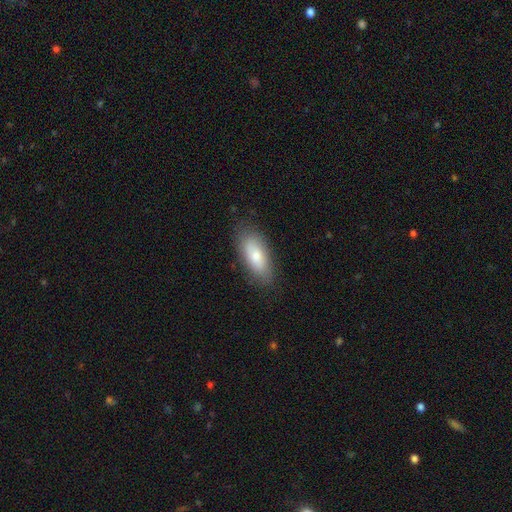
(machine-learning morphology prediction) This appears to be a smooth galaxy with no disk features (75%) that is in between round and cigar-shaped (78%). Merging: none (81%).